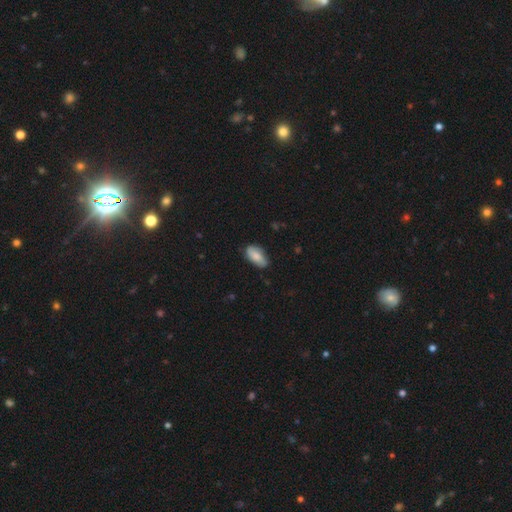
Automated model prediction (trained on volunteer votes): Smooth or featured?
  - smooth: 75% *
  - featured or disk: 18%
  - star or artifact: 6%
How rounded?
  - in between: 92% *
  - cigar-shaped: 4%
  - round: 3%
Merging?
  - none: 75% *
  - minor disturbance: 21%
  - major disturbance: 3%
  - merger: 1%